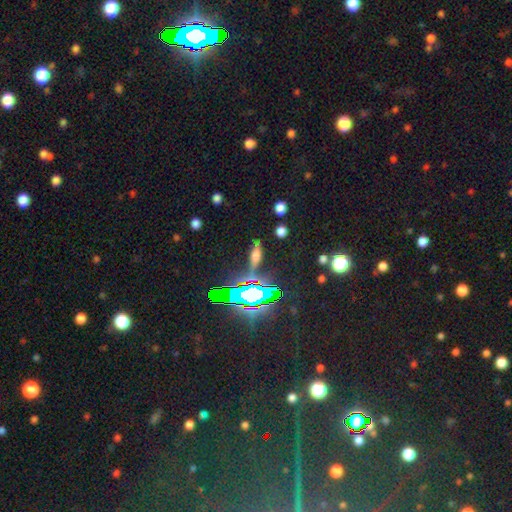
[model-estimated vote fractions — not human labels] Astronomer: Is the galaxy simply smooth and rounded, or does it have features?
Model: smooth — 38% (runner-up: featured or disk, 36%).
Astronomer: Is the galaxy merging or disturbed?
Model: none — 74%.